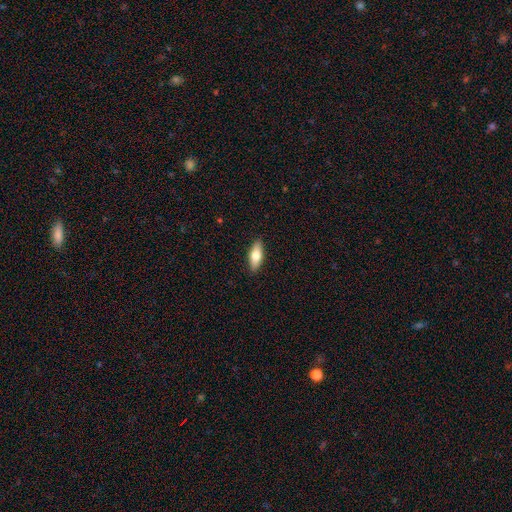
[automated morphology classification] Smooth or featured: smooth — 68% (featured or disk — 26%)
How rounded: in between — 69% (cigar-shaped — 28%)
Merging: none — 89% (minor disturbance — 8%)